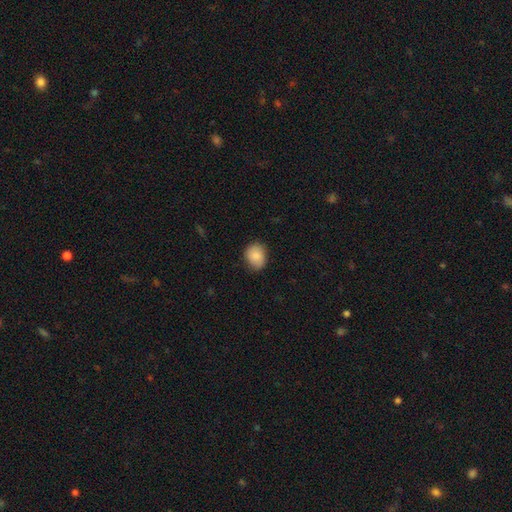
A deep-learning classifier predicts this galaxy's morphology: type=smooth (86%); roundness=round (52%); merging=none (80%).